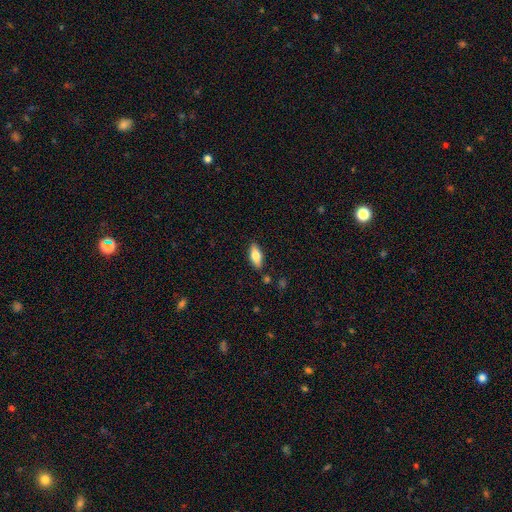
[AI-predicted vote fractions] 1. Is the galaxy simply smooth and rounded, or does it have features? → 76% smooth, 18% featured or disk, 7% star or artifact.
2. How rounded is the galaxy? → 80% in between, 18% cigar-shaped, 2% round.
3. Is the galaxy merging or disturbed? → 84% none, 11% minor disturbance, 3% merger, 2% major disturbance.